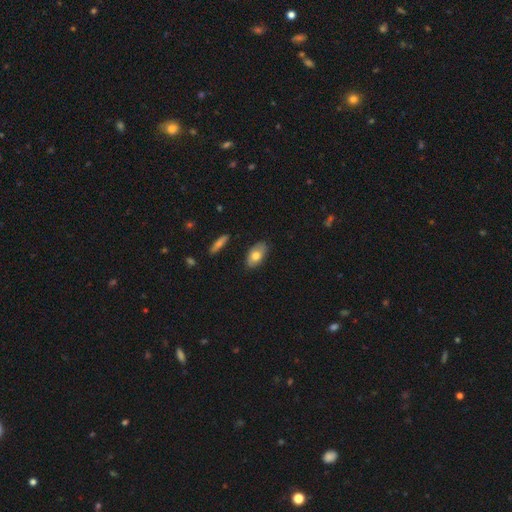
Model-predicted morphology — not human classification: Smooth or featured? Predicted: smooth (p=0.72). How rounded? Predicted: in between (p=0.92). Merging? Predicted: none (p=0.83).